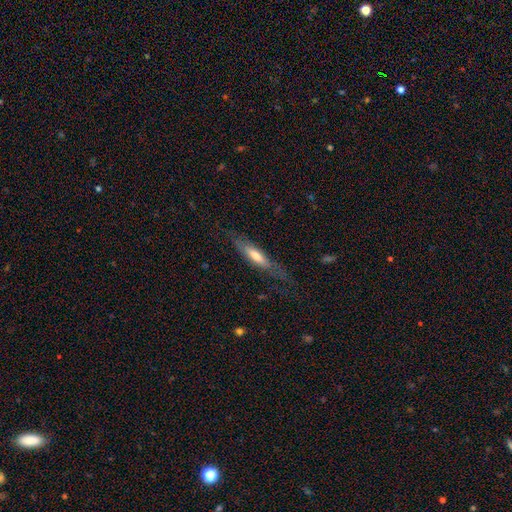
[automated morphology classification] This appears to be a featured or disk galaxy (47%). Merging: none (67%).